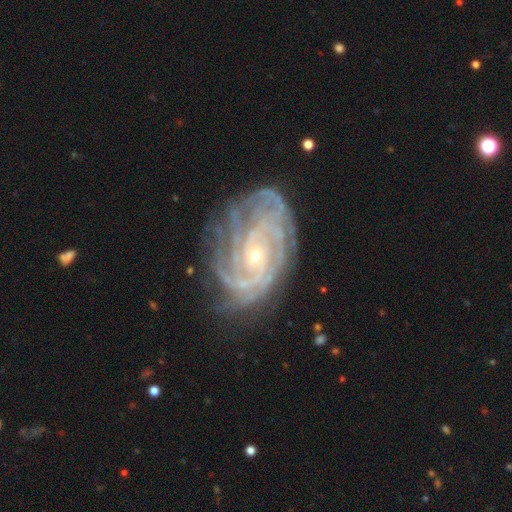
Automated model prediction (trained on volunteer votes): Overall: featured or disk (89%). Edge-on disk: no (97%). Bar: no (70%). Spiral arms: yes (97%). Spiral arm count: can't tell (25%; 4 22%). Spiral winding: tight (78%). Bulge size: small (75%). Merging: none (72%).